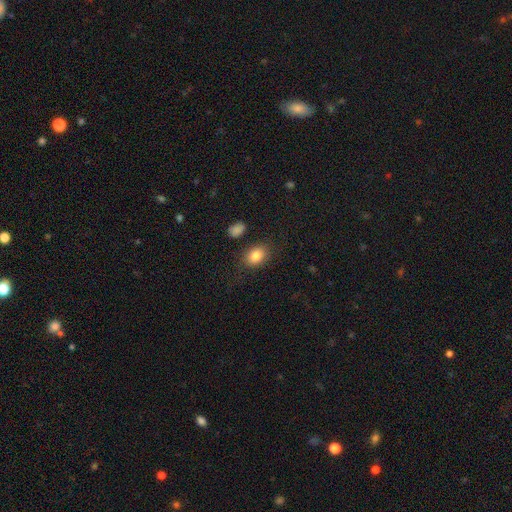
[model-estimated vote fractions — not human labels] The model was most divided on "how rounded": in between: 78%, round: 21%, cigar-shaped: 1%. More confident: smooth or featured — smooth (83%); merging — none (79%).